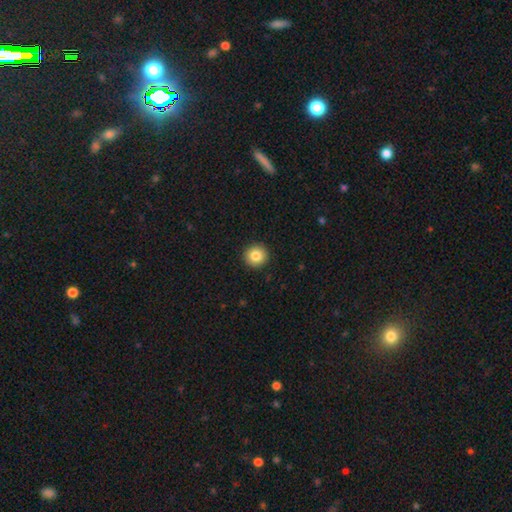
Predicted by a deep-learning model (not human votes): smooth-or-featured: smooth: 84% | star or artifact: 9% | featured or disk: 7%
  how-rounded: round: 95% | in between: 4% | cigar-shaped: 1%
  merging: none: 93% | minor disturbance: 5% | major disturbance: 1% | merger: 1%